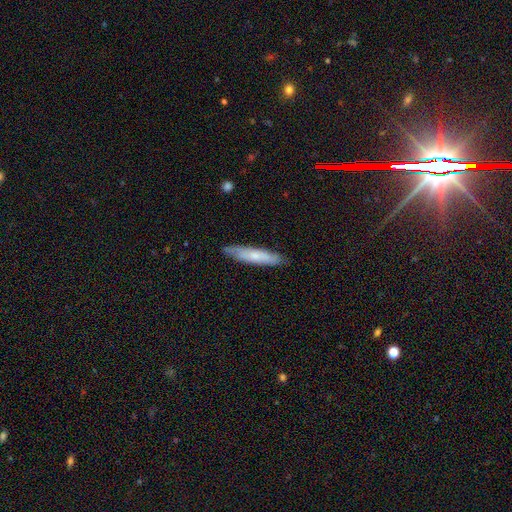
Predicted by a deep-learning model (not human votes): A smooth galaxy with no disk features (63%) that is cigar-shaped (84%). Merging: none (85%).